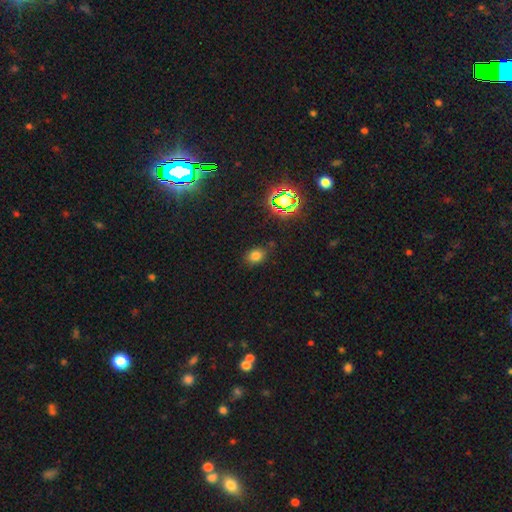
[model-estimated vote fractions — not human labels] Morphology: type=smooth (72%); roundness=in between (60%); merging=none (80%).